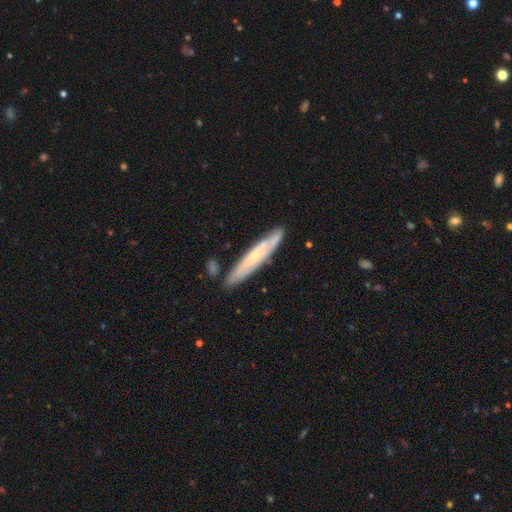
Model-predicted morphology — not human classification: A featured or disk galaxy (56%) viewed edge-on (67%).

Vote fractions:
- Smooth or featured? featured or disk: 56% / smooth: 38% / star or artifact: 6%
- Edge-on disk? yes: 67% / no: 33%
- Merging? none: 80% / minor disturbance: 14% / merger: 4% / major disturbance: 2%